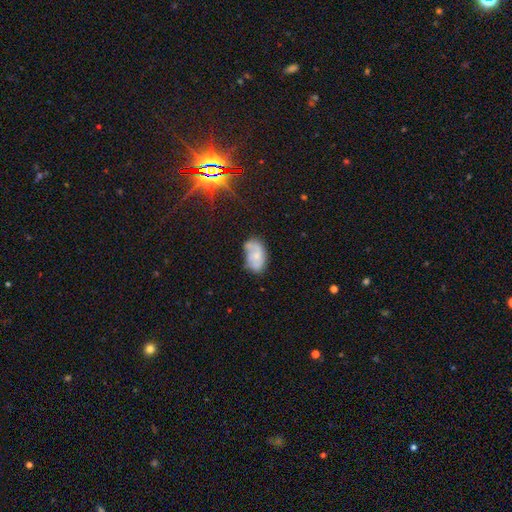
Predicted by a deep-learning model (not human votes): Overall: smooth (50%; featured or disk 41%). How rounded: in between (90%). Merging: none (44%; minor disturbance 35%).